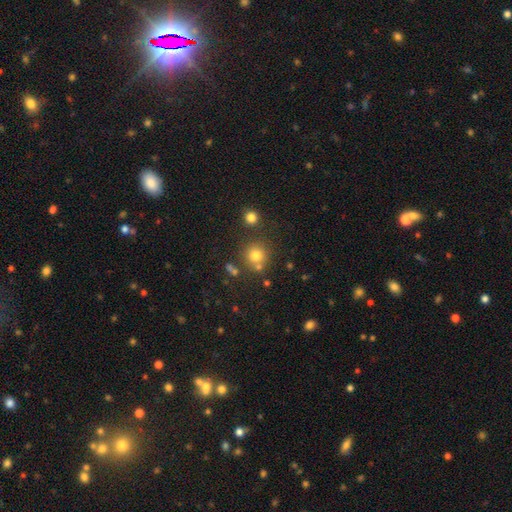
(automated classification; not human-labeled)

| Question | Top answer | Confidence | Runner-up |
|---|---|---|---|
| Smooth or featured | smooth | 76% | star or artifact (16%) |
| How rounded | round | 91% | in between (8%) |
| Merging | none | 73% | merger (14%) |